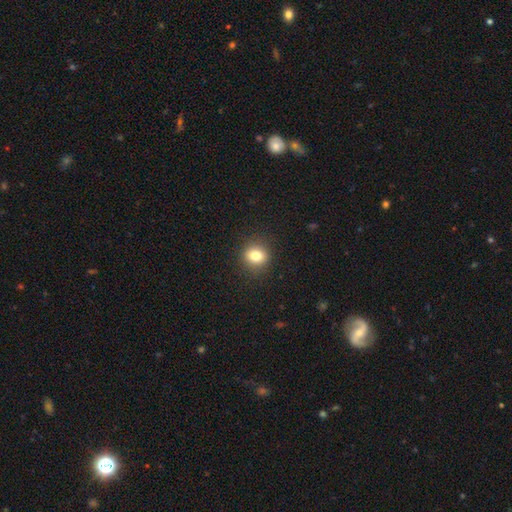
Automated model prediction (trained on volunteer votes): Q: Smooth or featured?
A: smooth (81%); runner-up: star or artifact (11%)
Q: How rounded?
A: round (74%); runner-up: in between (25%)
Q: Merging?
A: none (89%); runner-up: minor disturbance (7%)